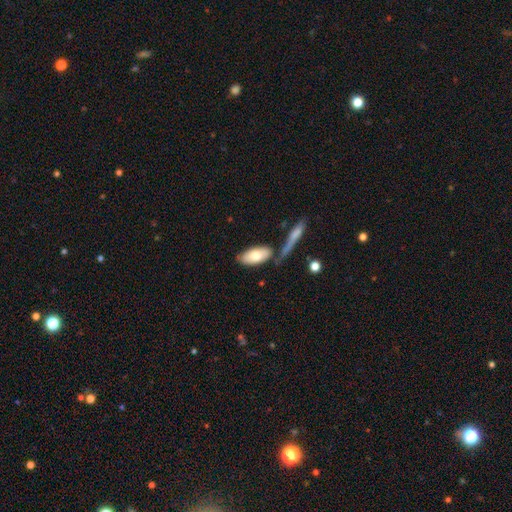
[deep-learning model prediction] Smooth or featured?
  - smooth: 76% *
  - featured or disk: 19%
  - star or artifact: 5%
How rounded?
  - in between: 88% *
  - cigar-shaped: 10%
  - round: 2%
Merging?
  - none: 61% *
  - merger: 18%
  - minor disturbance: 16%
  - major disturbance: 5%